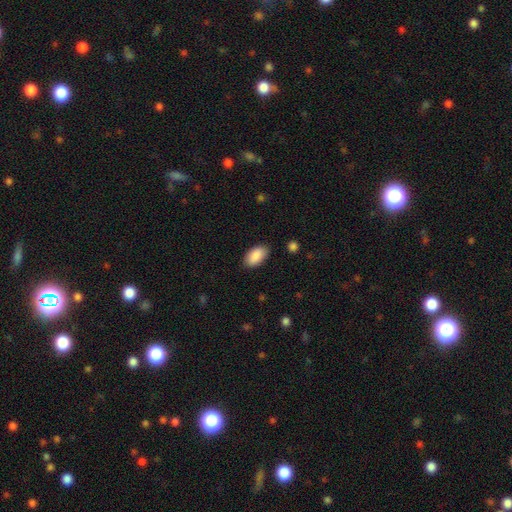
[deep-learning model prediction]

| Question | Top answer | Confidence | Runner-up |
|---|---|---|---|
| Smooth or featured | smooth | 89% | star or artifact (6%) |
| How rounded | in between | 95% | round (3%) |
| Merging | none | 86% | minor disturbance (10%) |